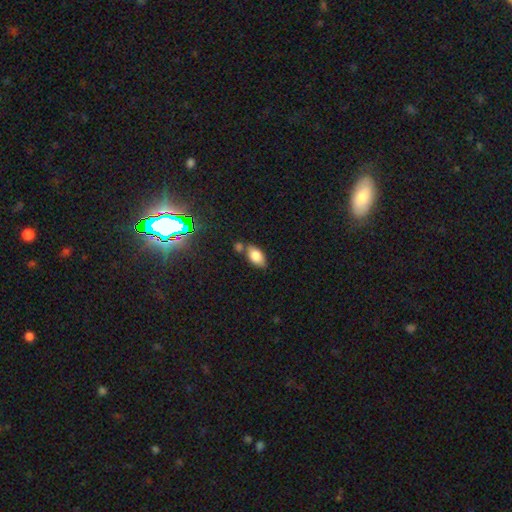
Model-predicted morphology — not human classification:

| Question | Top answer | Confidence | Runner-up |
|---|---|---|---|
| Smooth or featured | smooth | 79% | featured or disk (11%) |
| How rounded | in between | 91% | round (5%) |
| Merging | none | 63% | merger (18%) |